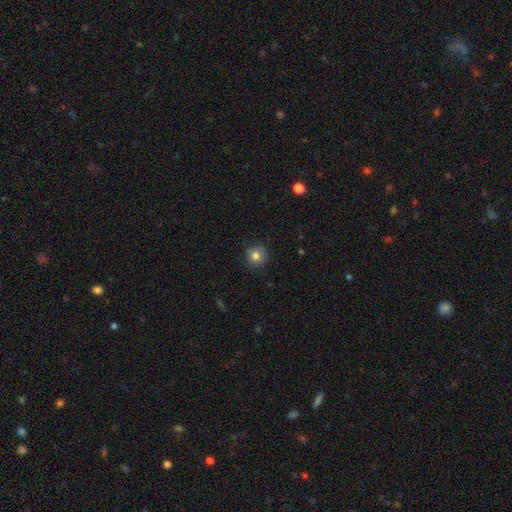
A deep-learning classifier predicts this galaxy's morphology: smooth-or-featured: smooth: 81% | star or artifact: 11% | featured or disk: 9%
  how-rounded: round: 91% | in between: 8% | cigar-shaped: 1%
  merging: none: 81% | minor disturbance: 14% | major disturbance: 3% | merger: 1%